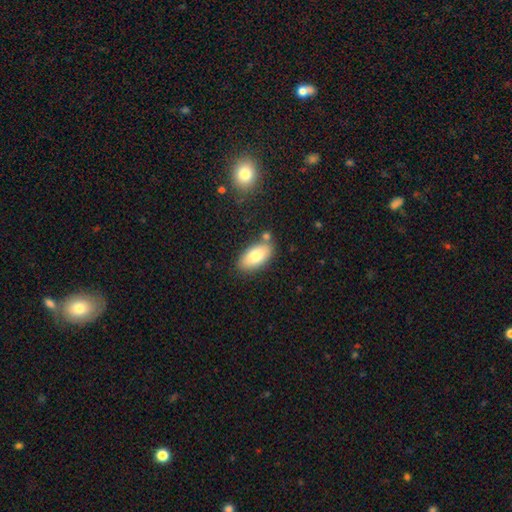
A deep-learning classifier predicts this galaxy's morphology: A smooth galaxy with no disk features (78%) that is in between round and cigar-shaped (92%). Merging: none (77%).